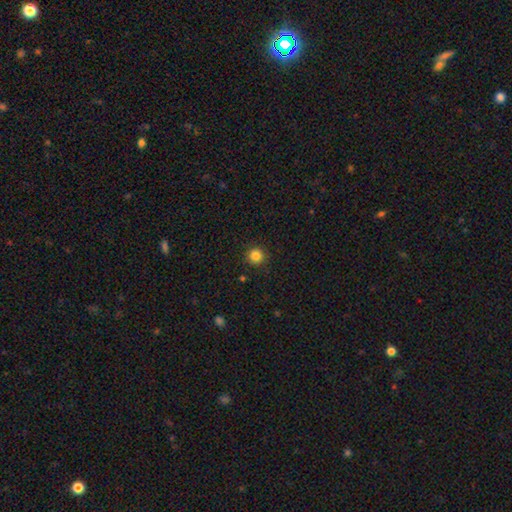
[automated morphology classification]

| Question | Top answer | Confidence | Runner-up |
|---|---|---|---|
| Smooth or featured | smooth | 84% | star or artifact (12%) |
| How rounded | round | 95% | in between (4%) |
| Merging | none | 91% | minor disturbance (6%) |